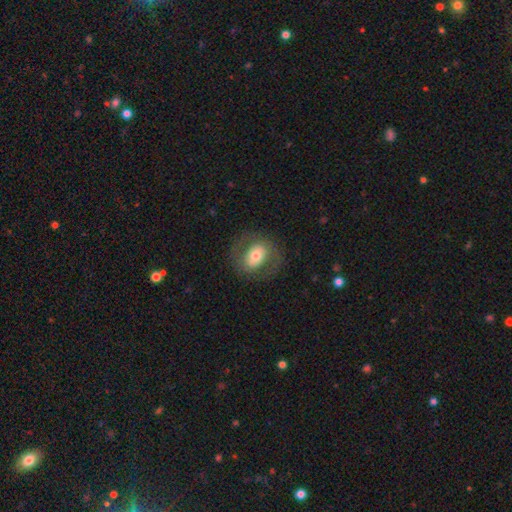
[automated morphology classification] Smooth or featured: smooth — 48% (featured or disk — 44%)
Merging: none — 76% (minor disturbance — 13%)